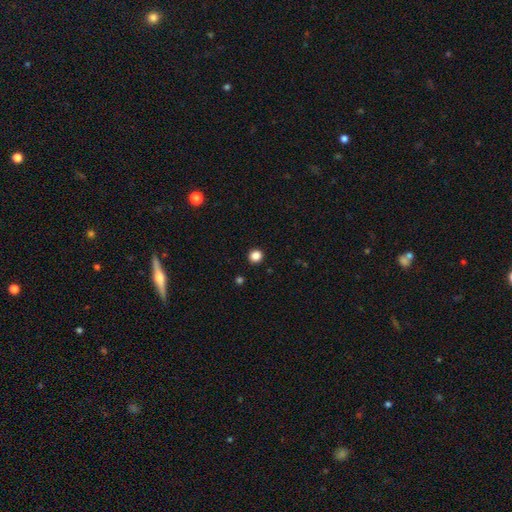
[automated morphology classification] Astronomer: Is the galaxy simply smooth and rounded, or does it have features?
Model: smooth — 86%.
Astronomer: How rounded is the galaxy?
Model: round — 91%.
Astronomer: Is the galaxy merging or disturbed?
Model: none — 93%.